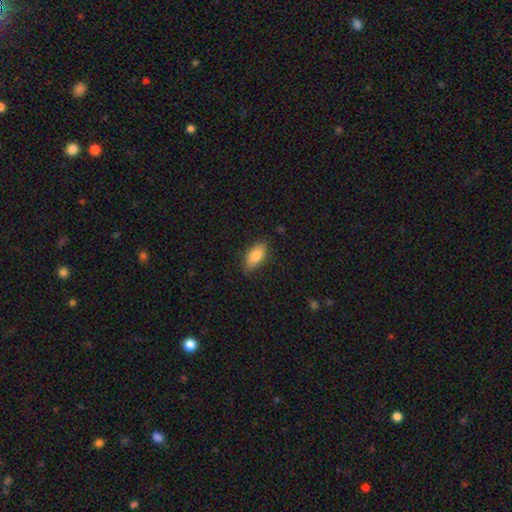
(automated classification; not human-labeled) This appears to be a smooth galaxy with no disk features (86%) that is in between round and cigar-shaped (89%). Merging: none (81%).